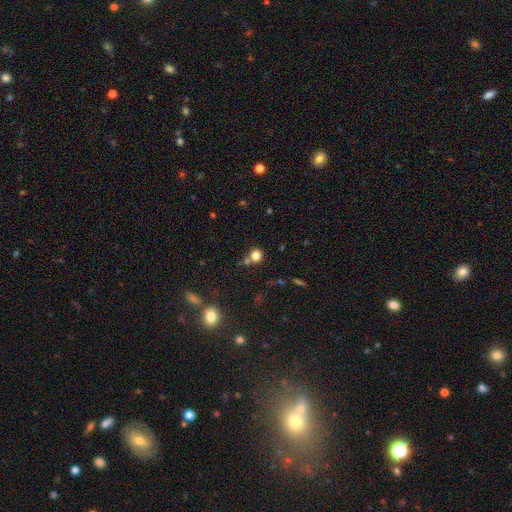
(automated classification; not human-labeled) Smooth or featured? smooth (80%)
How rounded? round (85%)
Merging? none (67%)